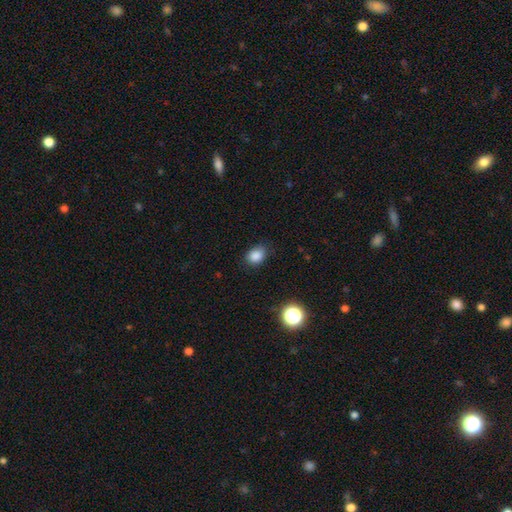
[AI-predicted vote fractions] smooth_or_featured: smooth (p=0.85) [alt: star or artifact p=0.11]
how_rounded: in between (p=0.58) [alt: round p=0.41]
merging: none (p=0.78) [alt: minor disturbance p=0.17]